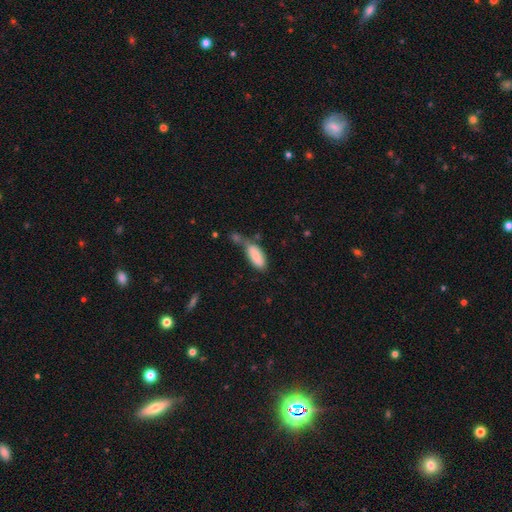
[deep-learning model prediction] Smooth or featured? Predicted: smooth (p=0.77). How rounded? Predicted: in between (p=0.86). Merging? Predicted: none (p=0.40).